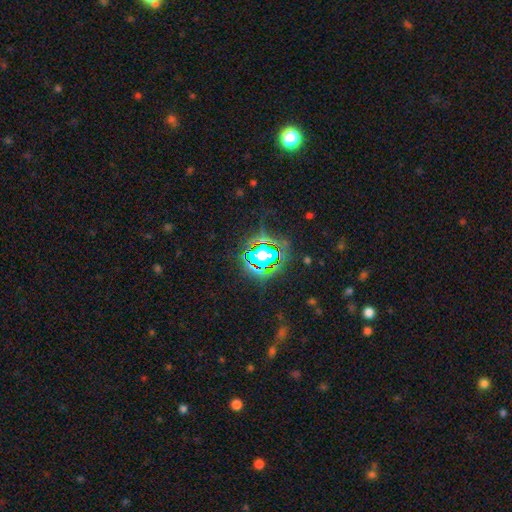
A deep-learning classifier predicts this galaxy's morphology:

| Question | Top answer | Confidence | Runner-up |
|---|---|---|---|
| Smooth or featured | star or artifact | 67% | smooth (20%) |